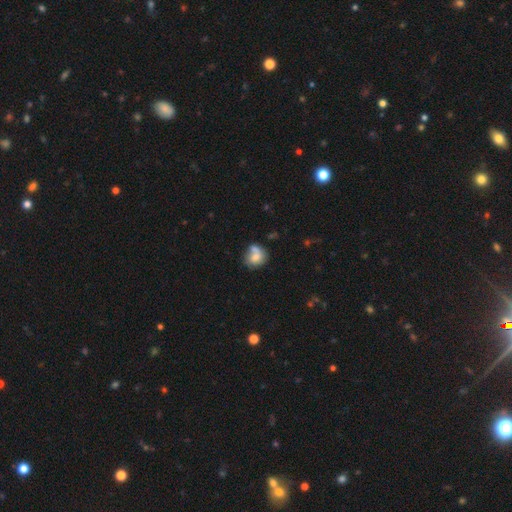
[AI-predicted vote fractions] The model was most divided on "merging": merger: 38%, none: 35%, minor disturbance: 17%, major disturbance: 9%. More confident: smooth or featured — smooth (64%); how rounded — round (62%).